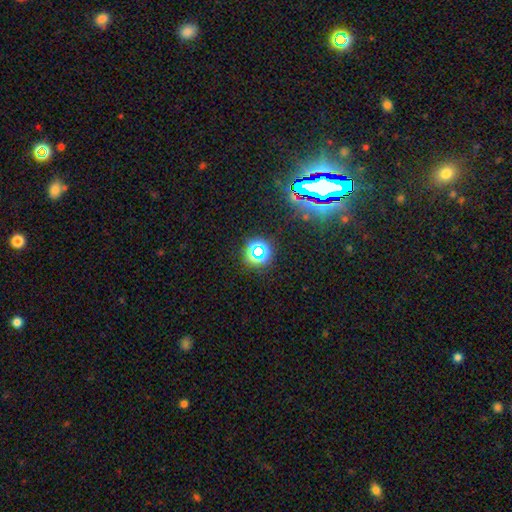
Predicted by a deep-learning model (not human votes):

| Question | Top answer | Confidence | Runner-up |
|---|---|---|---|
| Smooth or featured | star or artifact | 69% | smooth (22%) |